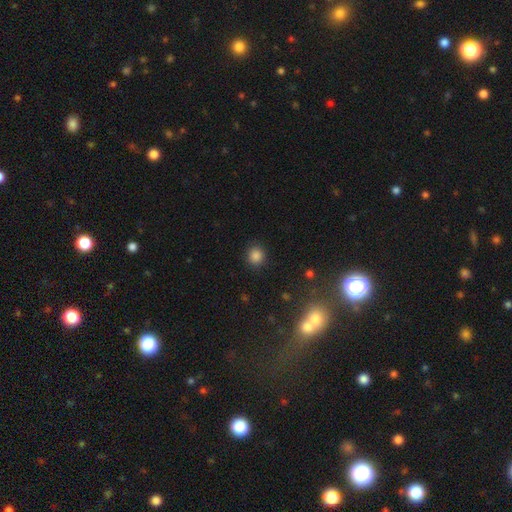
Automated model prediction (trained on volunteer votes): Q: Smooth or featured?
A: smooth (84%); runner-up: star or artifact (12%)
Q: How rounded?
A: round (87%); runner-up: in between (12%)
Q: Merging?
A: none (90%); runner-up: minor disturbance (7%)